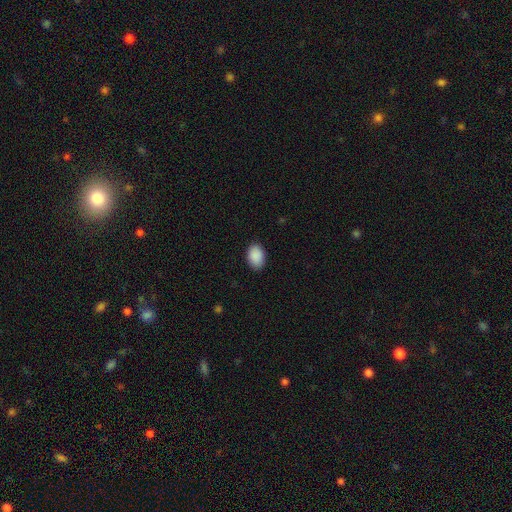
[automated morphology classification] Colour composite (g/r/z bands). It shows a smooth galaxy with no disk features (91%) that is in between round and cigar-shaped (84%). Merging: none (88%).